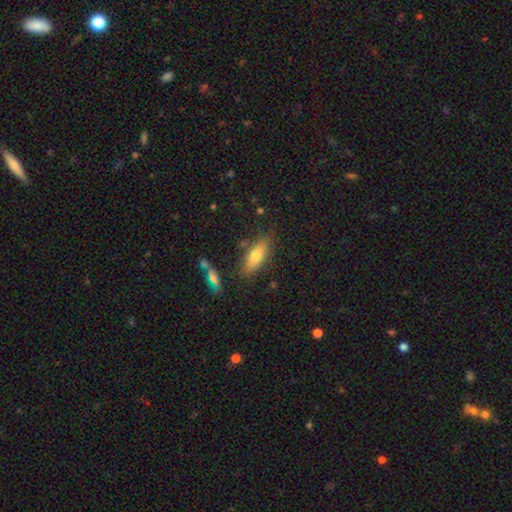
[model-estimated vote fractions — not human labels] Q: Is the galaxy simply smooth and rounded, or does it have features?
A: smooth — 68%.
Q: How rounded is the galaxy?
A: in between — 65%.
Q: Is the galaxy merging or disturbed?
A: none — 78%.